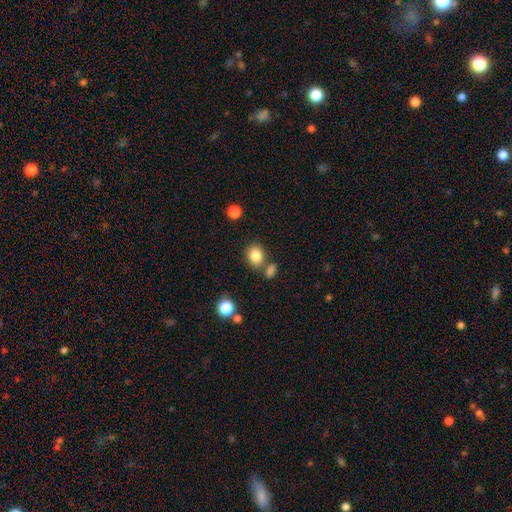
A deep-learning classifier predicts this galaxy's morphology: This is clearly a smooth galaxy (84%). How rounded: possibly round (58%). Merging: likely none (70%).